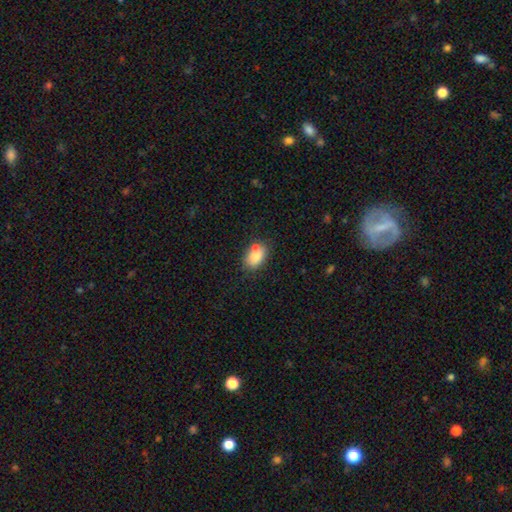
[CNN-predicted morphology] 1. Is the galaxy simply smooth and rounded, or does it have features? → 80% smooth, 12% featured or disk, 8% star or artifact.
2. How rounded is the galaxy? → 81% in between, 18% round, 1% cigar-shaped.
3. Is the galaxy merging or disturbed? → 59% none, 18% merger, 18% minor disturbance, 4% major disturbance.